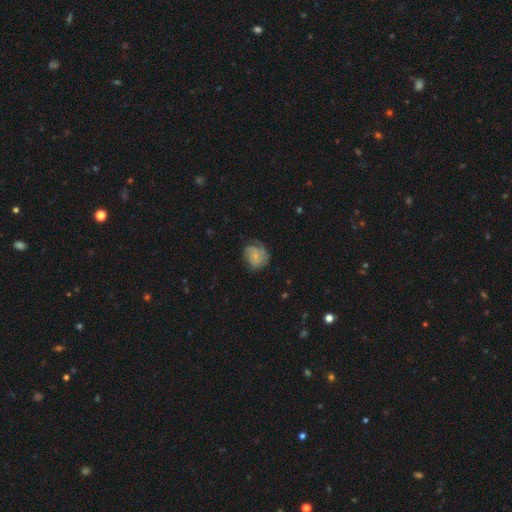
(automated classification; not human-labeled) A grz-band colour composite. It shows a featured or disk galaxy (48%). Merging: none (60%).